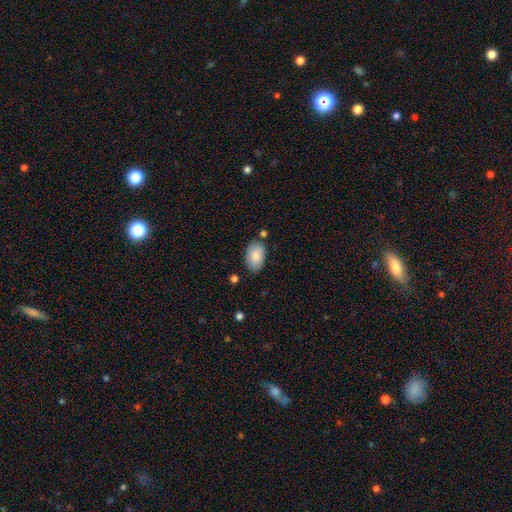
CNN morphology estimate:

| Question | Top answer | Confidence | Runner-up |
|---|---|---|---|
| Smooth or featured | smooth | 85% | featured or disk (9%) |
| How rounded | in between | 93% | round (6%) |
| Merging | none | 77% | minor disturbance (16%) |